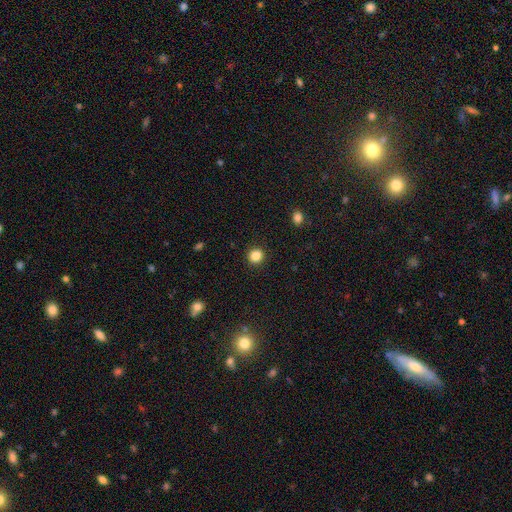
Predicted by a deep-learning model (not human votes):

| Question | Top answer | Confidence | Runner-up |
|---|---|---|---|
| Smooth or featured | smooth | 85% | star or artifact (12%) |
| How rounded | round | 92% | in between (7%) |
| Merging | none | 92% | minor disturbance (5%) |